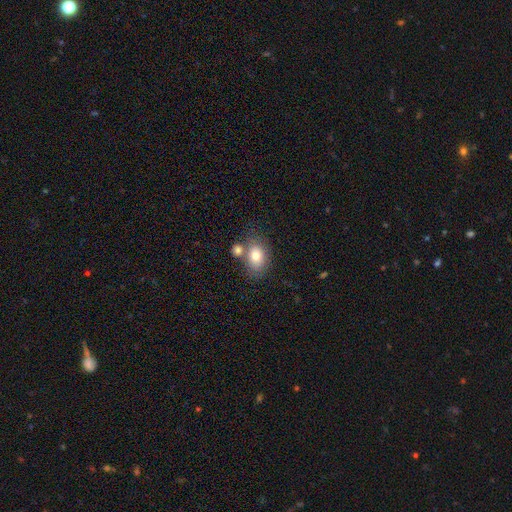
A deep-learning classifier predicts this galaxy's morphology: smooth_or_featured: smooth (p=0.78) [alt: featured or disk p=0.14]
how_rounded: in between (p=0.75) [alt: round p=0.24]
merging: none (p=0.53) [alt: merger p=0.28]